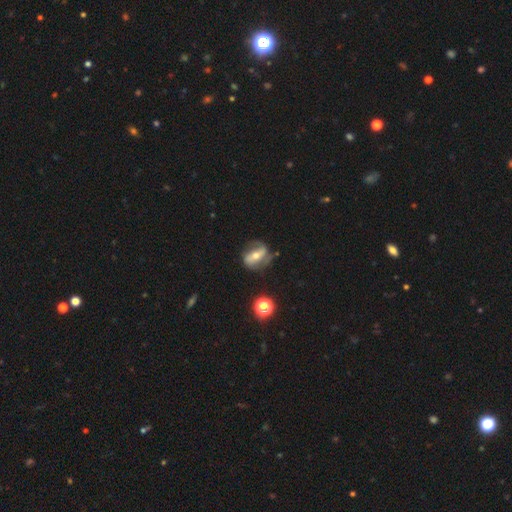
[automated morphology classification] A featured or disk galaxy (67%) with a strong bar (53%), spiral arms (74%) and a moderate central bulge (60%).

Vote fractions:
- Smooth or featured? featured or disk: 67% / smooth: 24% / star or artifact: 9%
- Edge-on disk? no: 90% / yes: 10%
- Bar? strong: 53% / weak: 25% / no: 22%
- Spiral arms? yes: 74% / no: 26%
- Bulge size? moderate: 60% / small: 33% / large: 4% / none: 2% / dominant: 1%
- Merging? none: 57% / minor disturbance: 25% / major disturbance: 15% / merger: 3%